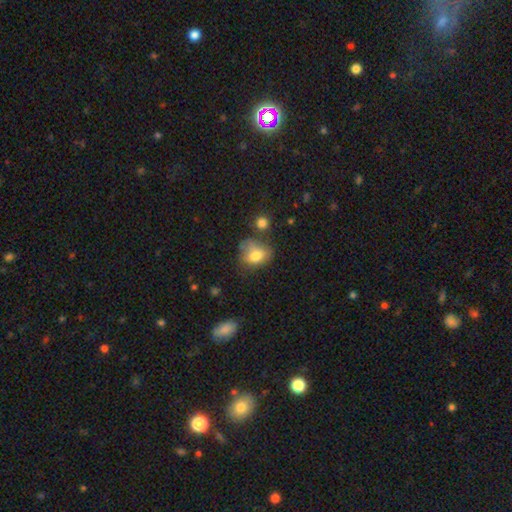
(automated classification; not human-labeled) Smooth or featured? smooth (74%)
How rounded? in between (62%)
Merging? none (44%)